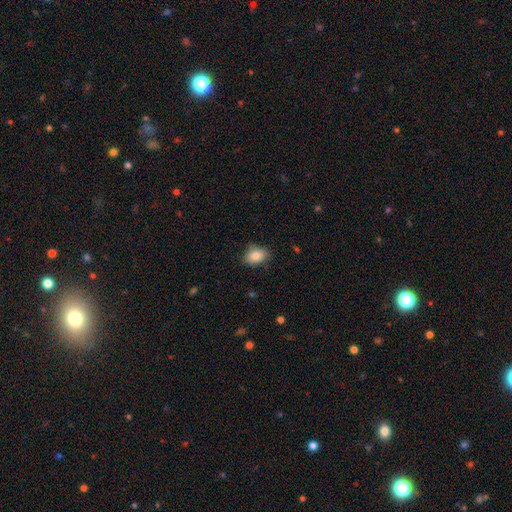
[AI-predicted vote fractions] smooth 84%, star or artifact 8%, featured or disk 7%. Down the decision tree: how rounded — in between (76%); merging — none (79%).